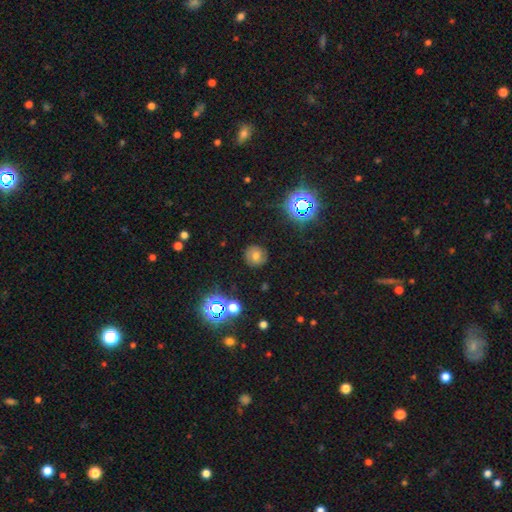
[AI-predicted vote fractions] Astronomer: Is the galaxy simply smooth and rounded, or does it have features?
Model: smooth — 60%.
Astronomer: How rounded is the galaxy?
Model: round — 91%.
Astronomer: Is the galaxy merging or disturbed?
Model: none — 86%.